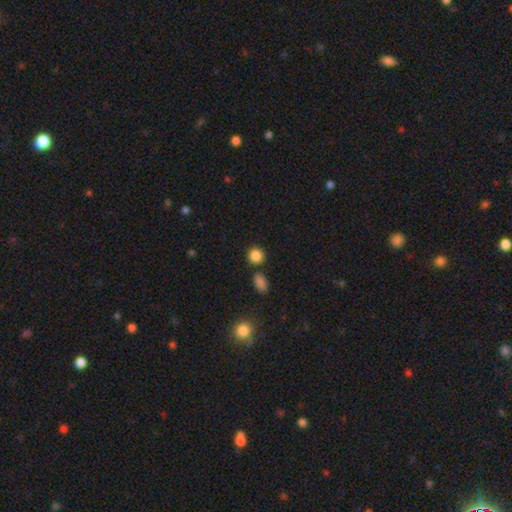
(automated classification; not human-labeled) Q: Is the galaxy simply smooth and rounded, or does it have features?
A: smooth — 86%.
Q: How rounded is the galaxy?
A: round — 87%.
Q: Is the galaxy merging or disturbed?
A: none — 81%.